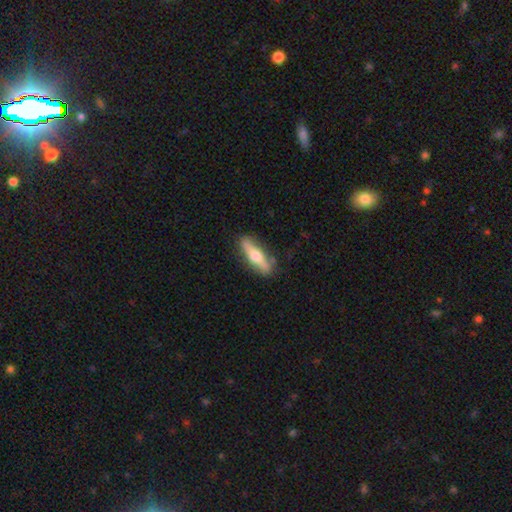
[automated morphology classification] A featured or disk galaxy (51%) viewed edge-on (90%). Merging: none (85%).